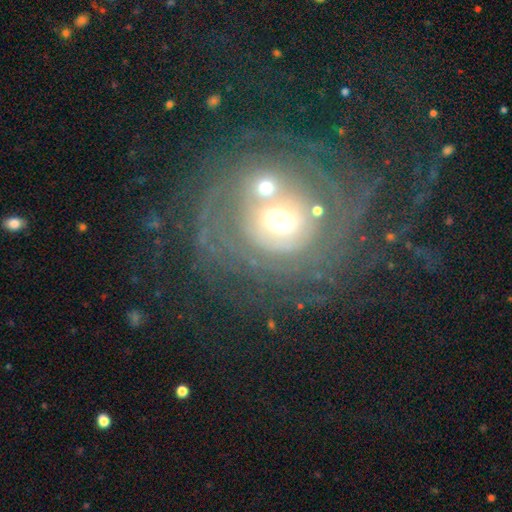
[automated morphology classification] type=featured or disk (69%); edge-on=no (96%); bar=no (70%); spiral arms=yes (71%); bulge=moderate (58%); merging=none (51%).